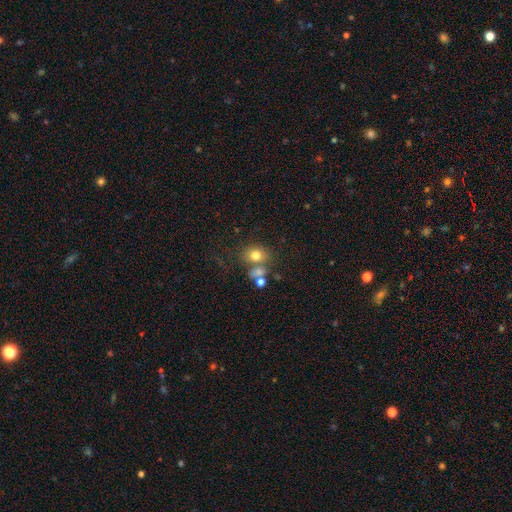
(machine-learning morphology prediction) Smooth or featured: smooth — 75% (star or artifact — 13%)
How rounded: round — 58% (in between — 41%)
Merging: none — 56% (merger — 23%)